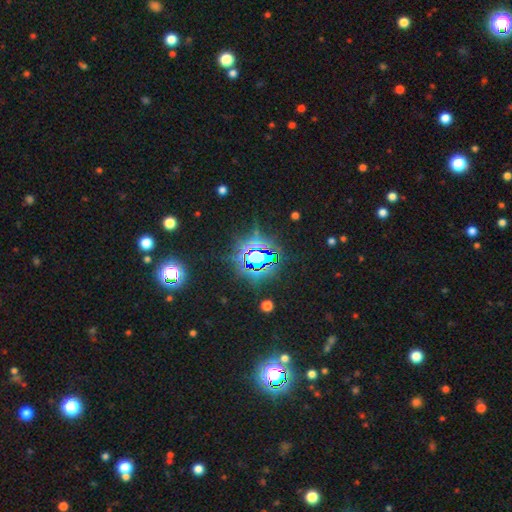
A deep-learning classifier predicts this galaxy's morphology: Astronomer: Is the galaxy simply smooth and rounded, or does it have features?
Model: star or artifact — 78%.